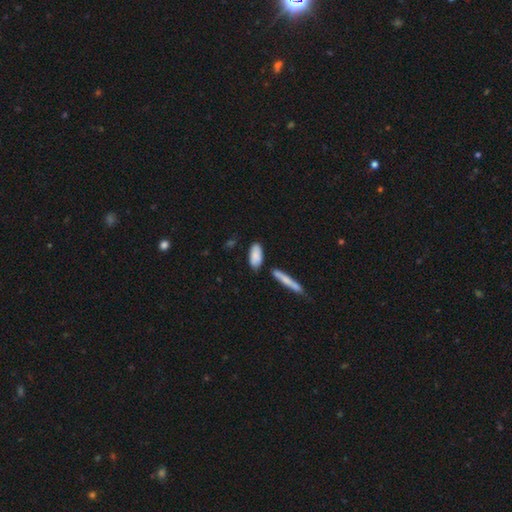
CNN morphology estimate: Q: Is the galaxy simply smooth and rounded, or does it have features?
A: smooth — 82%.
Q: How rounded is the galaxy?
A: in between — 80%.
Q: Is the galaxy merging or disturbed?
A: none — 73%.